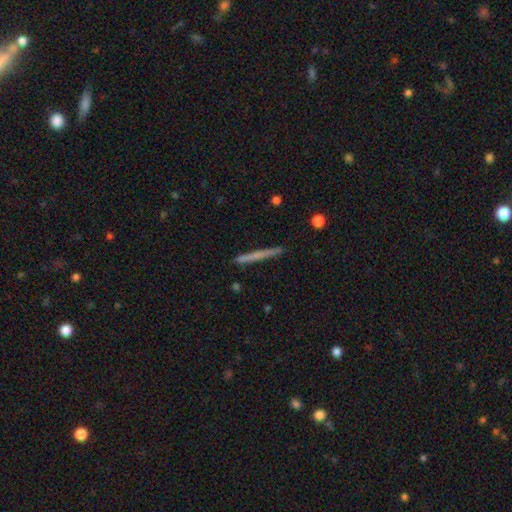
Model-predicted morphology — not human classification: Smooth or featured? smooth (60%)
How rounded? cigar-shaped (97%)
Merging? none (90%)